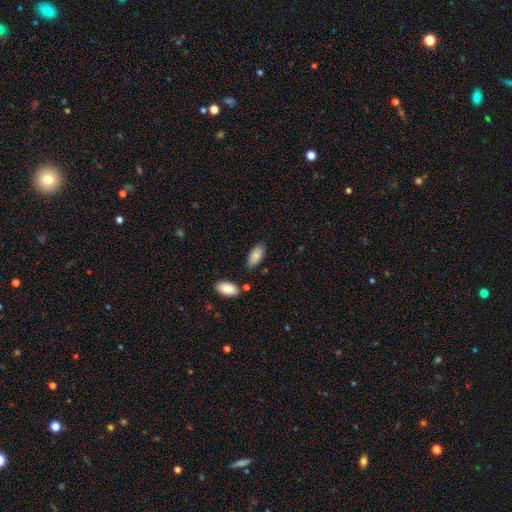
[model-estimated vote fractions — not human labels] Smooth or featured: smooth — 86% (featured or disk — 8%)
How rounded: in between — 87% (cigar-shaped — 11%)
Merging: none — 78% (minor disturbance — 14%)